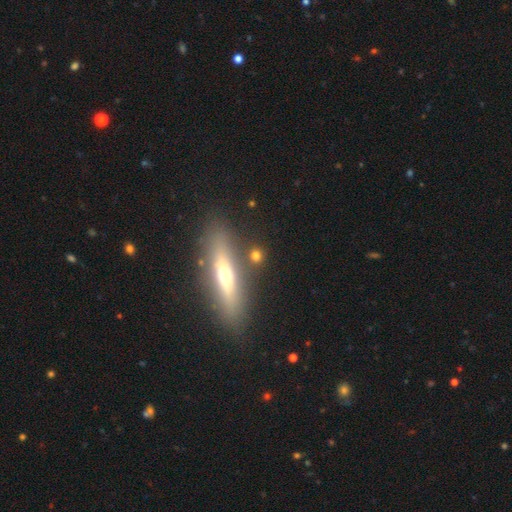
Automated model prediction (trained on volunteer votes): A smooth galaxy with no disk features (61%) that is round (44%). Merging: none (77%).